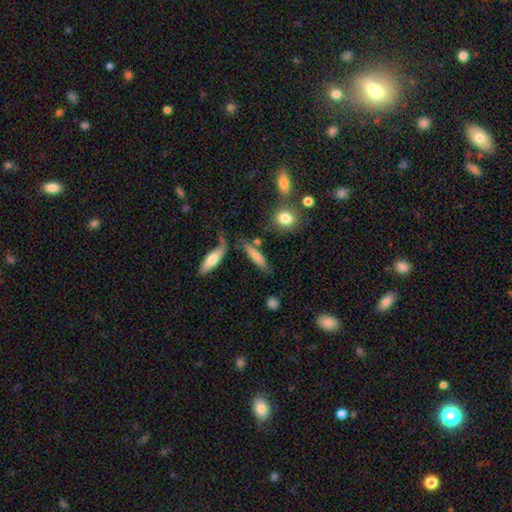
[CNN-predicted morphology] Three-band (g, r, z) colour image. It shows a smooth galaxy with no disk features (72%) that is cigar-shaped (75%). Merging: none (65%).